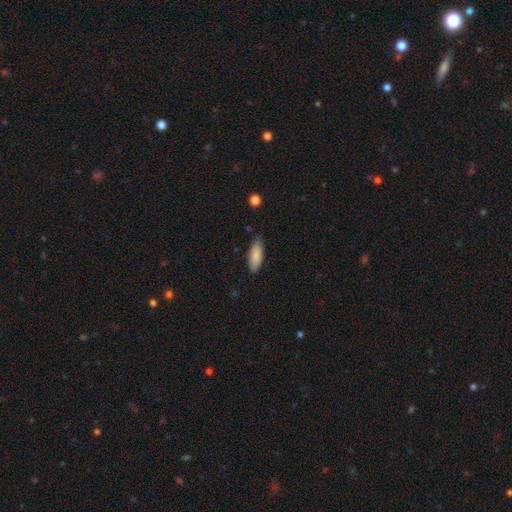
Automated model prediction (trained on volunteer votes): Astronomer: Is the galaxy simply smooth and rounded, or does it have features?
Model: smooth — 87%.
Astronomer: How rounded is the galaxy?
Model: in between — 68%.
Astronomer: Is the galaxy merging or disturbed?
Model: none — 77%.